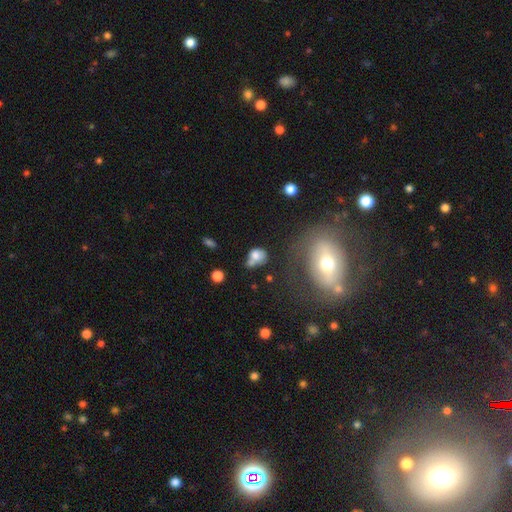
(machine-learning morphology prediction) A smooth galaxy with no disk features (73%) that is round (53%).

Vote fractions:
- Smooth or featured? smooth: 73% / featured or disk: 15% / star or artifact: 12%
- How rounded? round: 53% / in between: 45% / cigar-shaped: 2%
- Merging? merger: 35% / none: 33% / minor disturbance: 19% / major disturbance: 12%